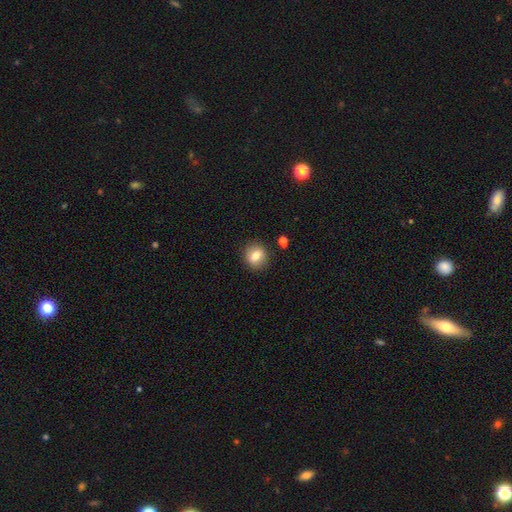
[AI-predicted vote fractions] Smooth or featured? smooth (75%)
How rounded? round (75%)
Merging? none (87%)